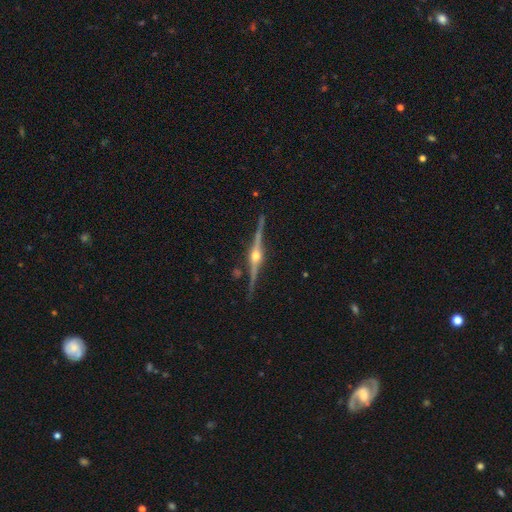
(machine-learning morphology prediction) Overall: featured or disk (90%). Edge-on disk: yes (98%). Edge-on bulge: rounded (96%). Merging: none (89%).